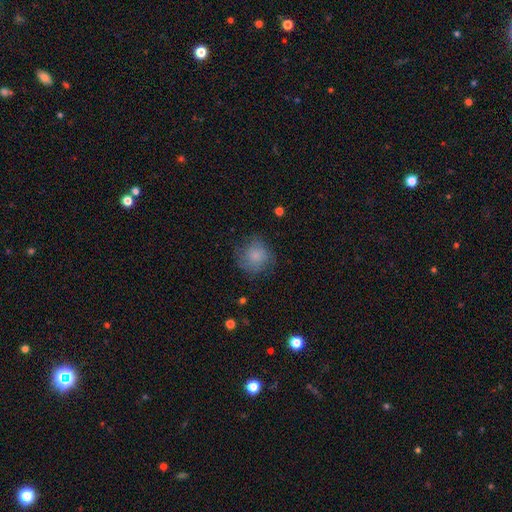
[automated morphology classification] Smooth or featured: smooth — 73% (featured or disk — 18%)
How rounded: round — 87% (in between — 12%)
Merging: none — 68% (minor disturbance — 21%)